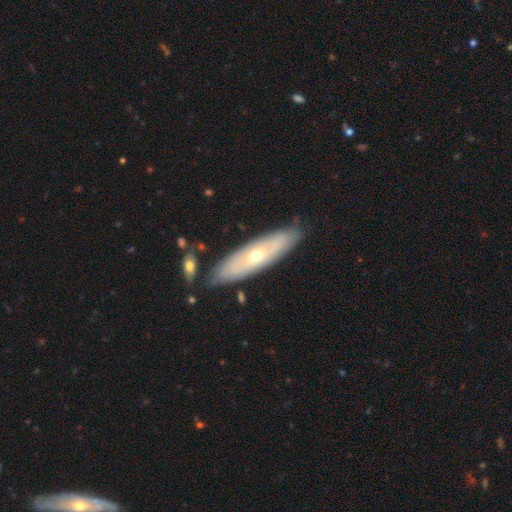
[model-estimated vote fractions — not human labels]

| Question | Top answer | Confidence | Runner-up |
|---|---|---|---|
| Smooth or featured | featured or disk | 62% | smooth (32%) |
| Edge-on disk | no | 60% | yes (40%) |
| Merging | none | 82% | minor disturbance (12%) |